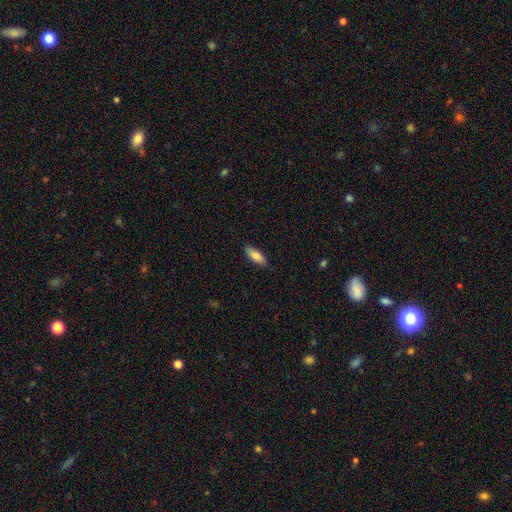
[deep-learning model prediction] A smooth galaxy with no disk features (82%) that is in between round and cigar-shaped (61%).

Vote fractions:
- Smooth or featured? smooth: 82% / featured or disk: 12% / star or artifact: 6%
- How rounded? in between: 61% / cigar-shaped: 37% / round: 2%
- Merging? none: 83% / minor disturbance: 13% / major disturbance: 2% / merger: 1%